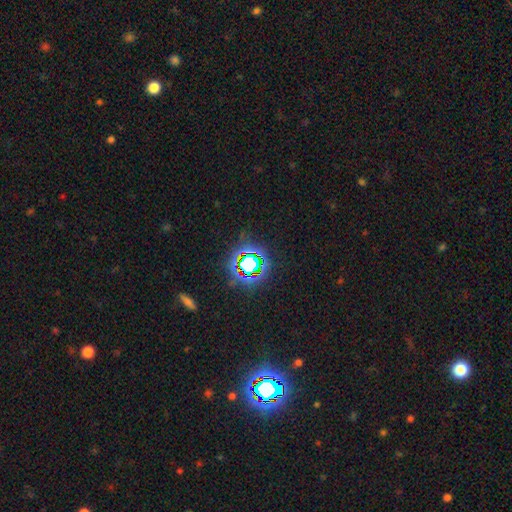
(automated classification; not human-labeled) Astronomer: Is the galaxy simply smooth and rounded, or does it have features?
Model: star or artifact — 72%.